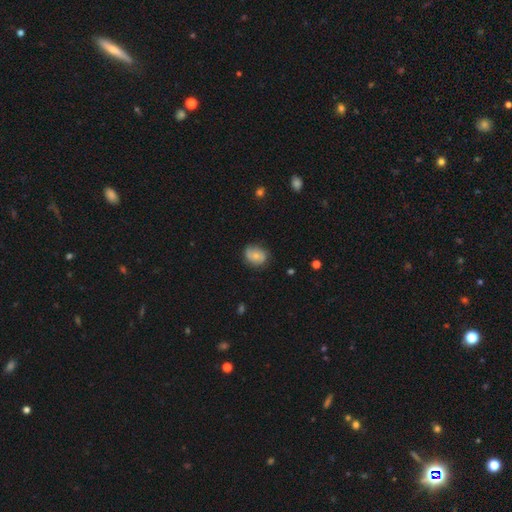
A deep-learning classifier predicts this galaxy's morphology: smooth_or_featured: smooth (p=0.61) [alt: featured or disk p=0.31]
how_rounded: round (p=0.51) [alt: in between p=0.48]
merging: none (p=0.64) [alt: minor disturbance p=0.27]